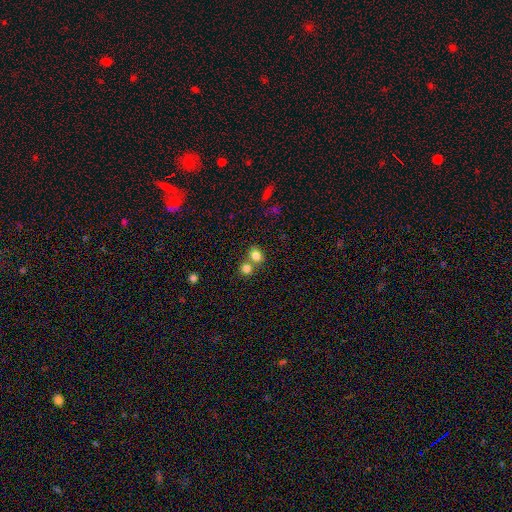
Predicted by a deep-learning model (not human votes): A smooth galaxy with no disk features (81%) that is round (64%).

Vote fractions:
- Smooth or featured? smooth: 81% / star or artifact: 11% / featured or disk: 8%
- How rounded? round: 64% / in between: 35% / cigar-shaped: 1%
- Merging? none: 49% / merger: 41% / minor disturbance: 8% / major disturbance: 3%